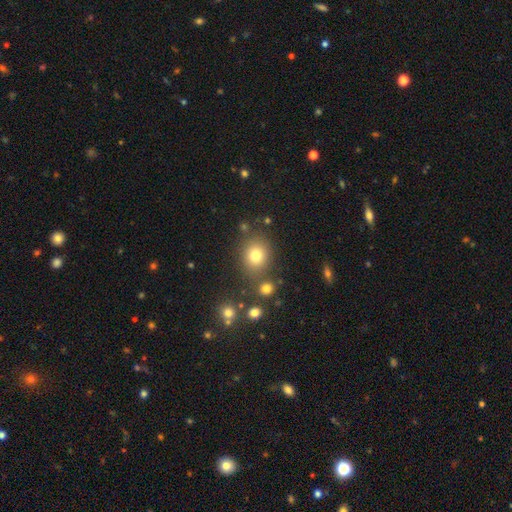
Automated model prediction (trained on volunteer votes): Smooth or featured? smooth (77%)
How rounded? round (73%)
Merging? none (76%)